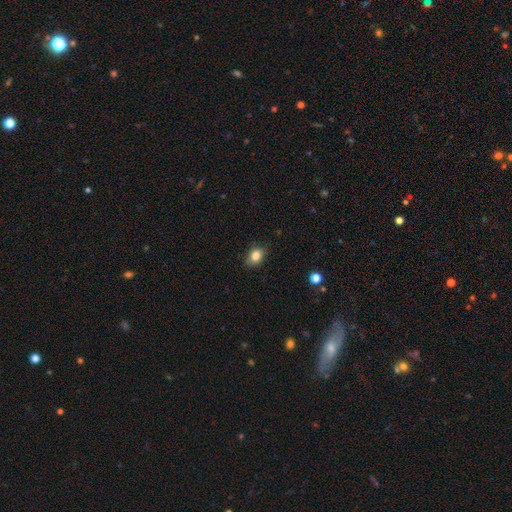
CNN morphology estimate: Smooth or featured?
  - smooth: 83% *
  - star or artifact: 10%
  - featured or disk: 7%
How rounded?
  - in between: 64% *
  - round: 35%
  - cigar-shaped: 1%
Merging?
  - none: 83% *
  - minor disturbance: 13%
  - major disturbance: 2%
  - merger: 1%